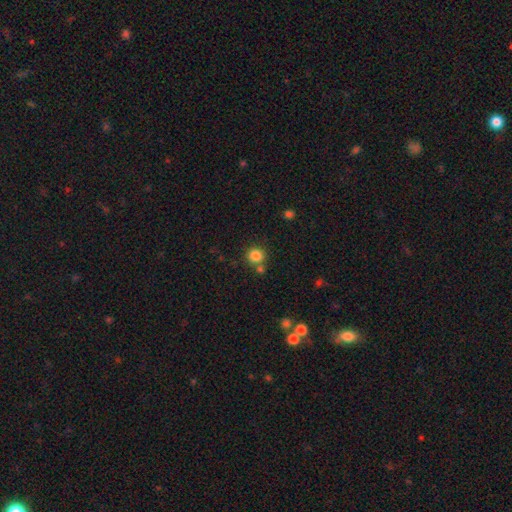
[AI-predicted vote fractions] Morphology: type=smooth (83%); roundness=round (91%); merging=none (72%).